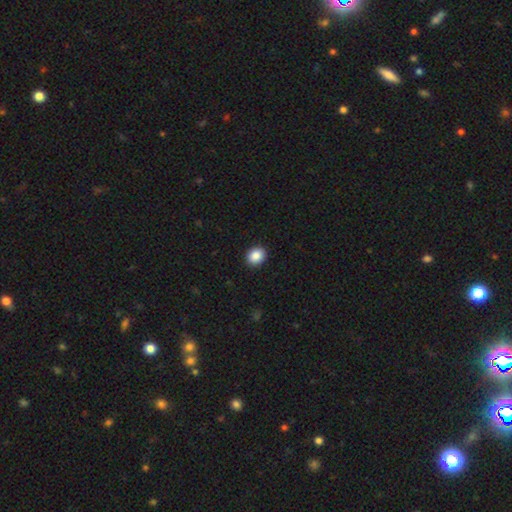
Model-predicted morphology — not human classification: This is clearly a smooth galaxy (88%). How rounded: possibly round (58%). Merging: clearly none (92%).